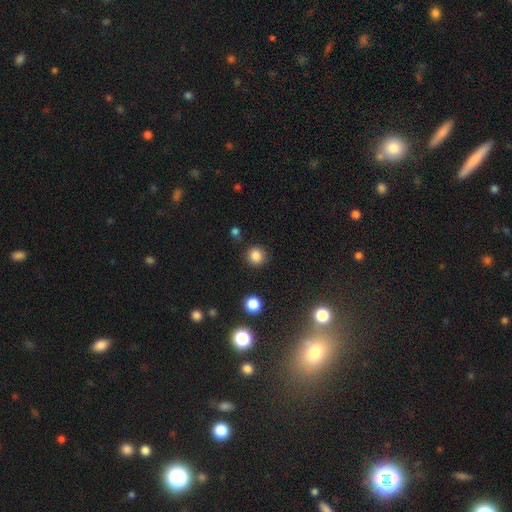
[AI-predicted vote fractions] This appears to be a smooth galaxy with no disk features (84%) that is round (91%). Merging: none (87%).